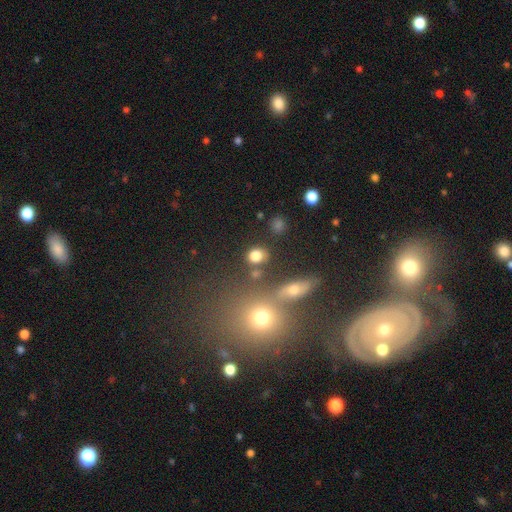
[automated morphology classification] smooth-or-featured: smooth: 79% | star or artifact: 13% | featured or disk: 8%
  how-rounded: round: 68% | in between: 30% | cigar-shaped: 2%
  merging: none: 73% | merger: 11% | minor disturbance: 11% | major disturbance: 5%